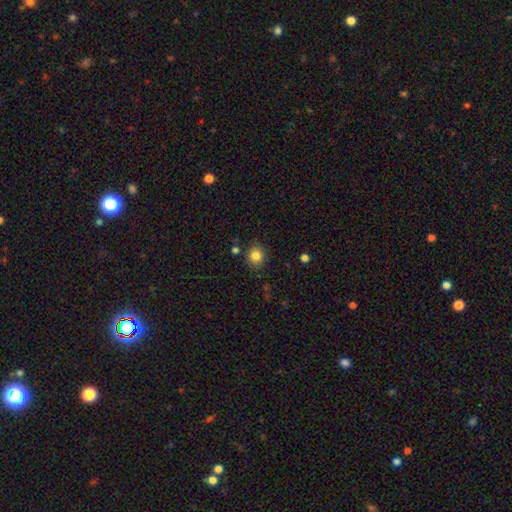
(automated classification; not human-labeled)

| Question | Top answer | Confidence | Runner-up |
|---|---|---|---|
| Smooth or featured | smooth | 82% | star or artifact (11%) |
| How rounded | round | 82% | in between (17%) |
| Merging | none | 87% | minor disturbance (8%) |